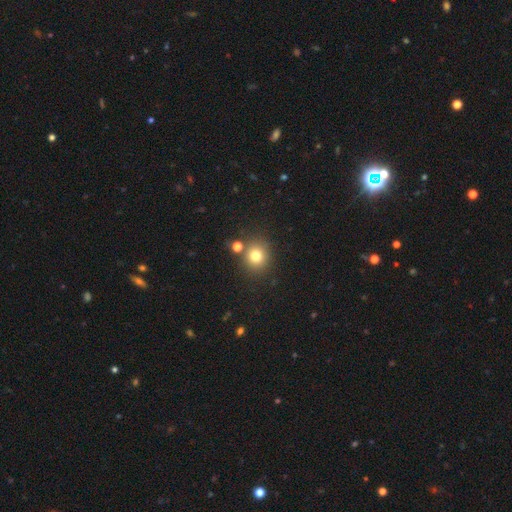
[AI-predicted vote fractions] A smooth galaxy with no disk features (77%) that is round (85%). Merging: none (77%).